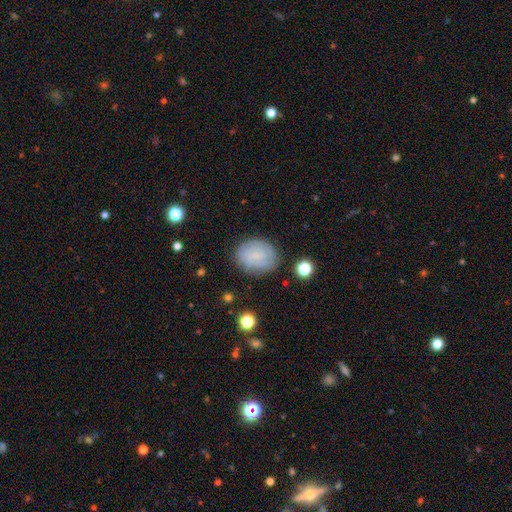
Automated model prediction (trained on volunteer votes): This appears to be a smooth galaxy with no disk features (56%) that is in between round and cigar-shaped (50%). Merging: none (79%).